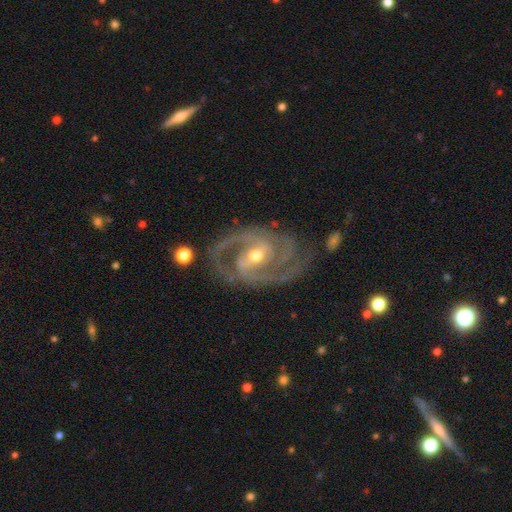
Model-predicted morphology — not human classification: Overall: featured or disk (93%). Edge-on disk: no (97%). Bar: weak (43%; no 29%). Spiral arms: yes (98%). Spiral arm count: 2 (68%). Spiral winding: medium (47%; tight 45%). Bulge size: moderate (64%; small 31%). Merging: none (74%).